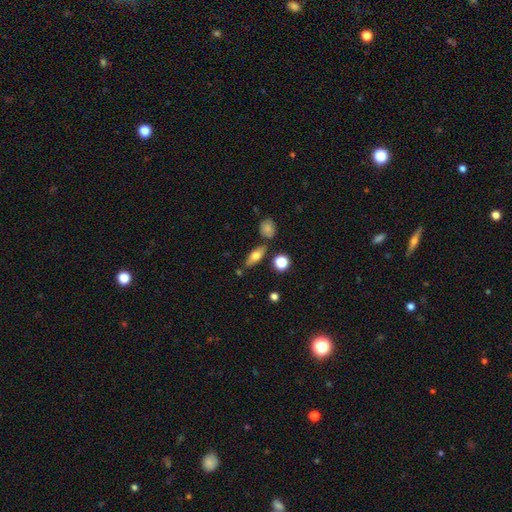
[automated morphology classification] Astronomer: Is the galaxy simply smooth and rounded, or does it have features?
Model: smooth — 60%.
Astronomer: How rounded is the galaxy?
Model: in between — 66%.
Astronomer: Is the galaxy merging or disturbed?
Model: none — 77%.